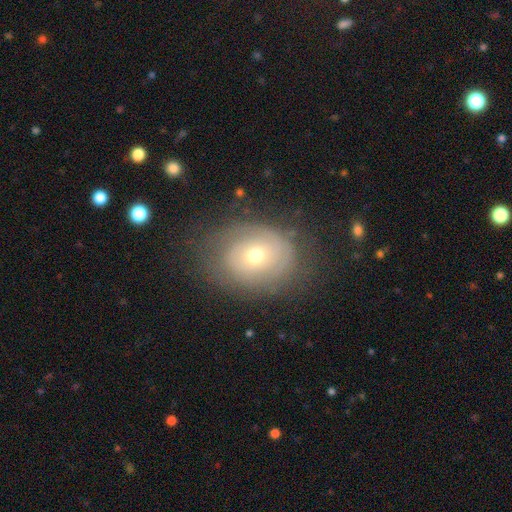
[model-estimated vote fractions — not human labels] Smooth or featured? featured or disk (51%)
Edge-on disk? no (95%)
Merging? none (70%)